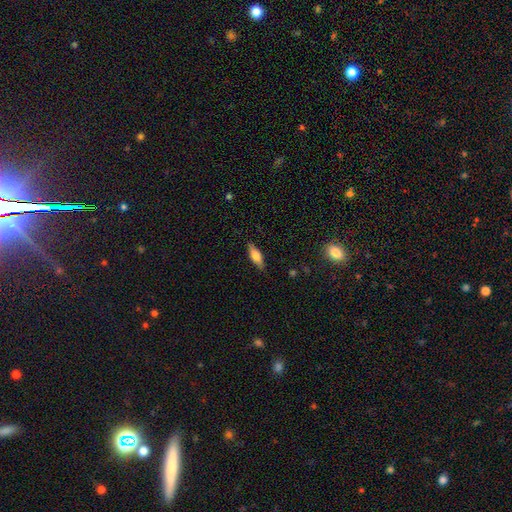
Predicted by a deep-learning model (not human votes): The model was most divided on "how rounded": in between: 56%, cigar-shaped: 41%, round: 3%. More confident: merging — none (85%); smooth or featured — smooth (60%).